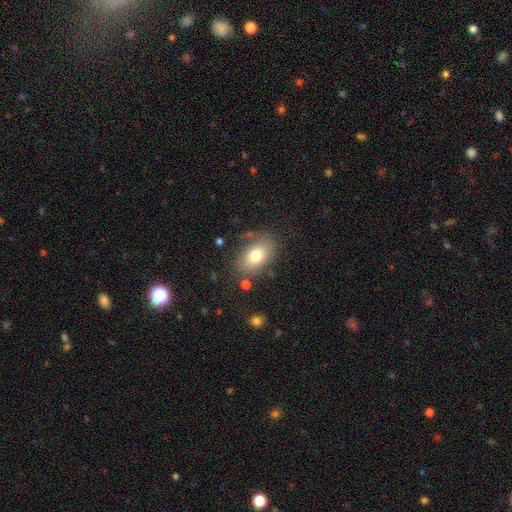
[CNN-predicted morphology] Smooth or featured? smooth (75%)
How rounded? in between (83%)
Merging? none (75%)